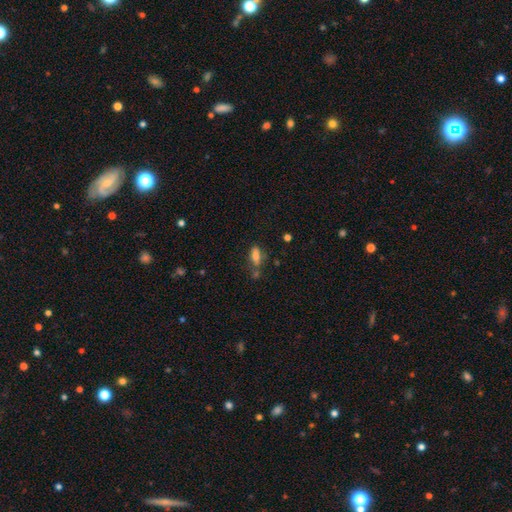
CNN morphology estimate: Q: Smooth or featured?
A: smooth (73%); runner-up: featured or disk (17%)
Q: How rounded?
A: in between (72%); runner-up: cigar-shaped (25%)
Q: Merging?
A: none (57%); runner-up: minor disturbance (21%)